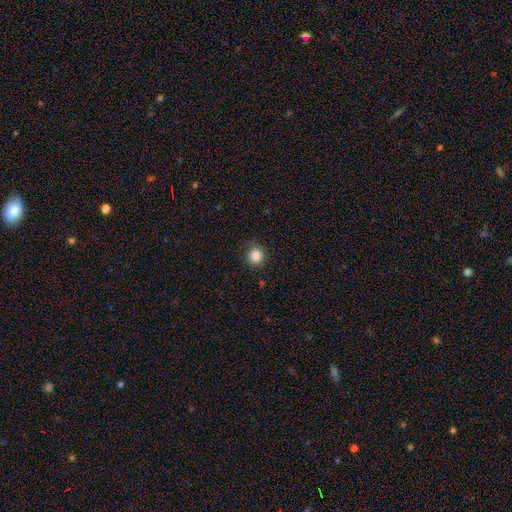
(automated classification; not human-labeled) smooth_or_featured: smooth (p=0.84) [alt: star or artifact p=0.11]
how_rounded: round (p=0.93) [alt: in between p=0.06]
merging: none (p=0.87) [alt: minor disturbance p=0.10]